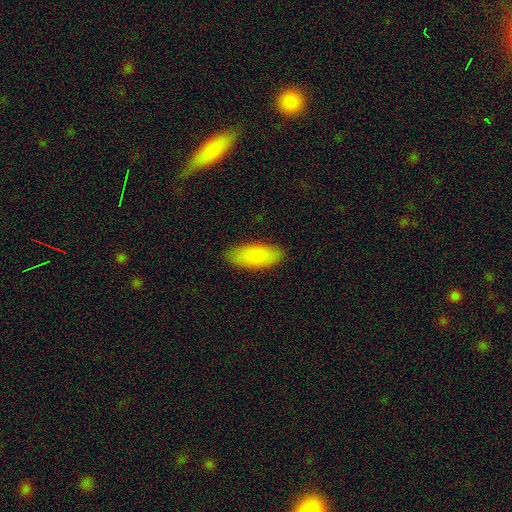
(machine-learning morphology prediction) Smooth or featured?
  - smooth: 87% *
  - featured or disk: 7%
  - star or artifact: 6%
How rounded?
  - in between: 84% *
  - cigar-shaped: 14%
  - round: 2%
Merging?
  - none: 87% *
  - minor disturbance: 10%
  - major disturbance: 2%
  - merger: 1%